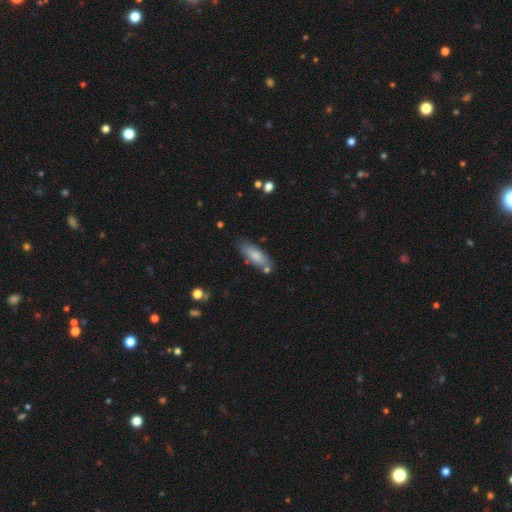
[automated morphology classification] Q: Smooth or featured?
A: smooth (78%); runner-up: featured or disk (16%)
Q: How rounded?
A: in between (58%); runner-up: cigar-shaped (40%)
Q: Merging?
A: none (77%); runner-up: minor disturbance (14%)